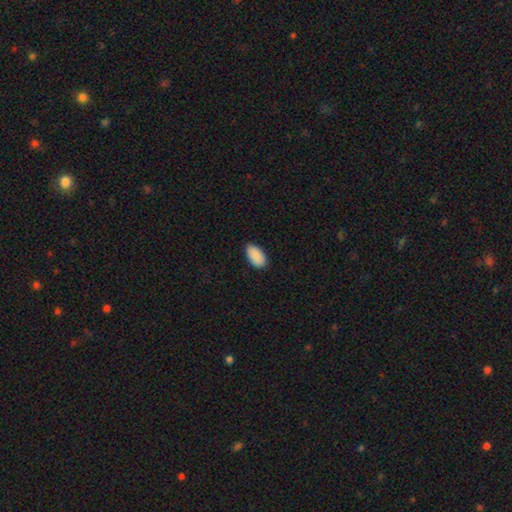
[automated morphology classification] This appears to be a smooth galaxy with no disk features (91%) that is in between round and cigar-shaped (95%). Merging: none (84%).